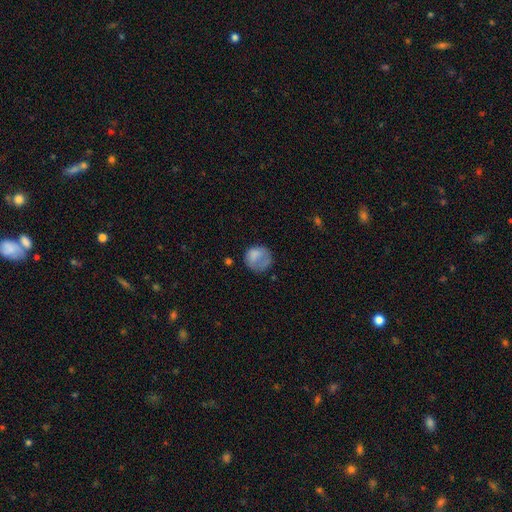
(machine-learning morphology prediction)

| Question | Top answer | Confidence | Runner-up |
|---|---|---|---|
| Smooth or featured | smooth | 74% | featured or disk (16%) |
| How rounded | round | 80% | in between (19%) |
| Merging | none | 49% | minor disturbance (25%) |